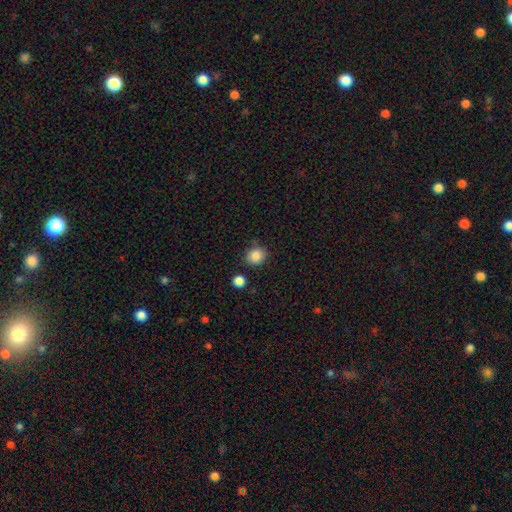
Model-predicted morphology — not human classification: The model was most divided on "how rounded": round: 72%, in between: 27%, cigar-shaped: 1%. More confident: smooth or featured — smooth (86%); merging — none (78%).